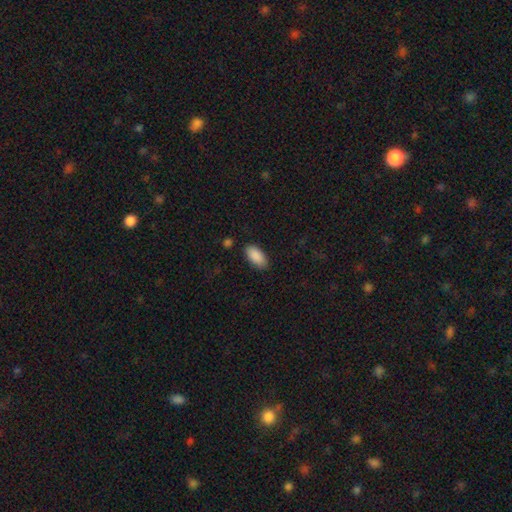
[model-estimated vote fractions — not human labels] This appears to be a smooth galaxy with no disk features (90%) that is in between round and cigar-shaped (93%). Merging: none (85%).